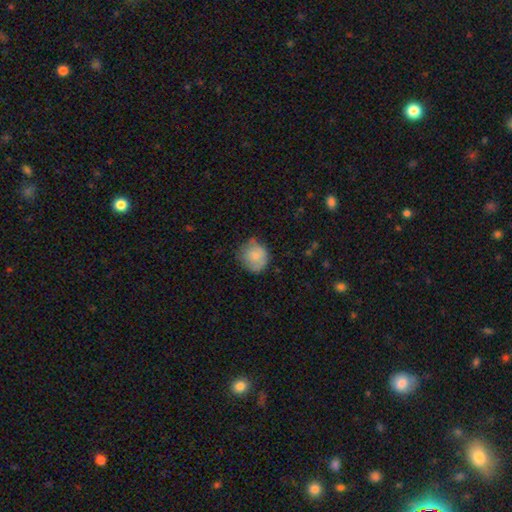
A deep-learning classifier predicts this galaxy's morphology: Smooth or featured: smooth — 77% (featured or disk — 15%)
How rounded: round — 86% (in between — 13%)
Merging: none — 63% (minor disturbance — 29%)